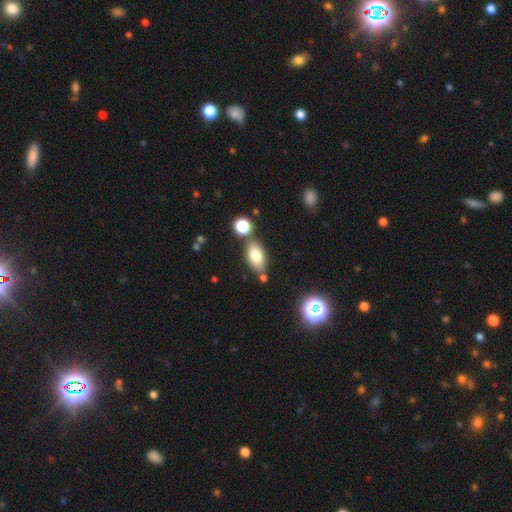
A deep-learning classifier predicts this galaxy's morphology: Smooth or featured: smooth — 77% (featured or disk — 14%)
How rounded: in between — 89% (round — 6%)
Merging: none — 73% (minor disturbance — 12%)